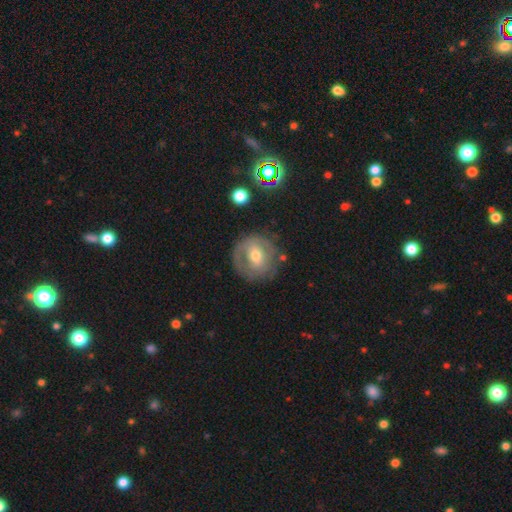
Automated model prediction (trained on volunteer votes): smooth-or-featured: featured or disk: 58% | smooth: 35% | star or artifact: 7%
  disk-edge-on: no: 96% | yes: 4%
    bar: no: 43% | weak: 42% | strong: 15%
    has-spiral-arms: yes: 54% | no: 46%
    bulge-size: moderate: 68% | small: 25% | large: 5% | none: 1% | dominant: 1%
  merging: none: 69% | minor disturbance: 19% | major disturbance: 9% | merger: 3%